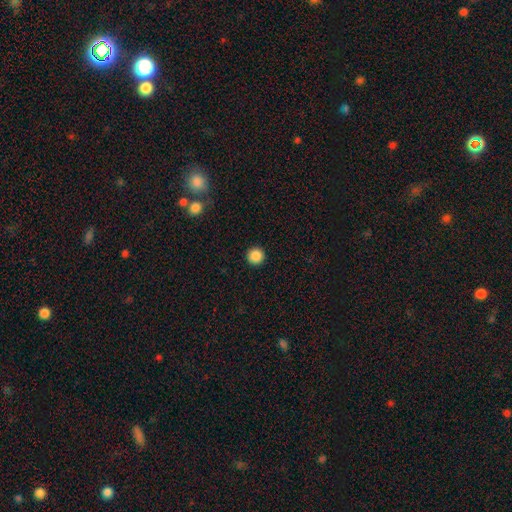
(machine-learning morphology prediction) This is clearly a smooth galaxy (88%). How rounded: clearly round (96%). Merging: clearly none (93%).